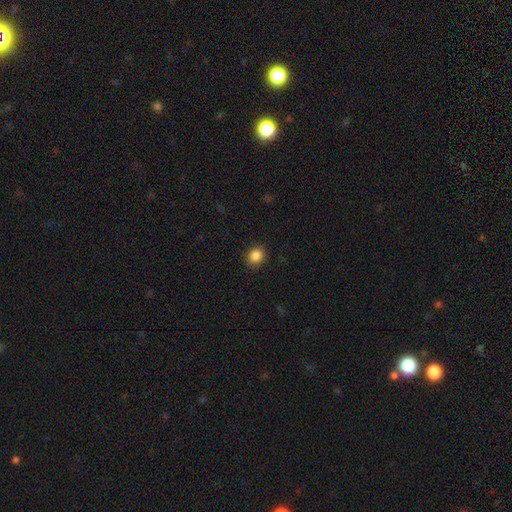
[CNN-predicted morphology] Smooth or featured? Predicted: smooth (p=0.86). How rounded? Predicted: round (p=0.78). Merging? Predicted: none (p=0.89).